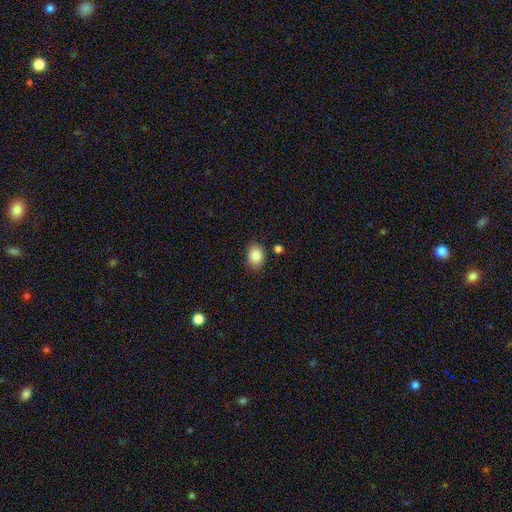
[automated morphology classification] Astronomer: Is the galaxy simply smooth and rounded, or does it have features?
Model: smooth — 87%.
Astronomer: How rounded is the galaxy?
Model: in between — 62% (runner-up: round, 37%).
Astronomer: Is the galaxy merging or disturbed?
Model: none — 80%.